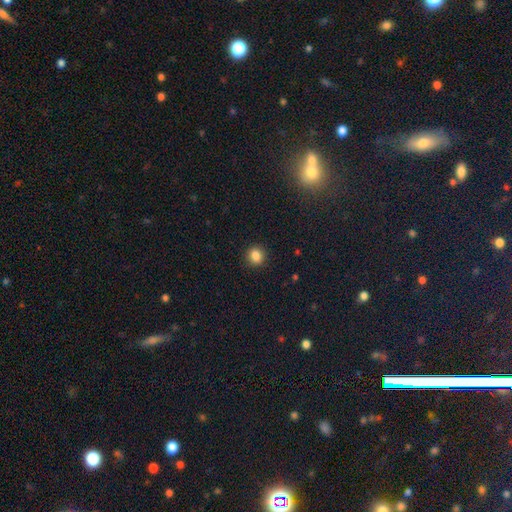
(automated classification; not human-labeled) smooth-or-featured: smooth: 85% | star or artifact: 11% | featured or disk: 4%
  how-rounded: round: 80% | in between: 19% | cigar-shaped: 1%
  merging: none: 91% | minor disturbance: 6% | major disturbance: 2% | merger: 1%